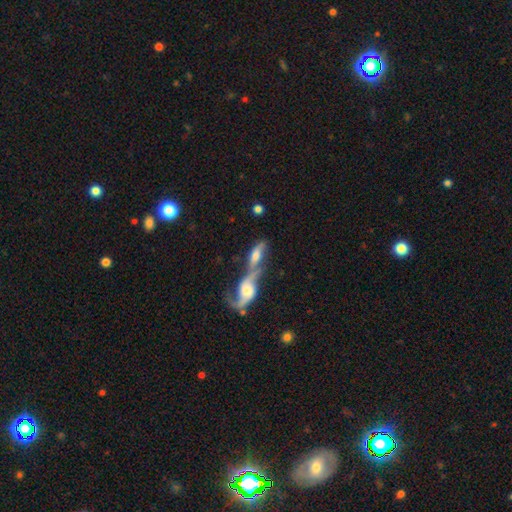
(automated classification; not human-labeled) This is possibly a featured or disk galaxy (57%). It is likely not viewed edge-on (73%). Merging: likely merger (72%).